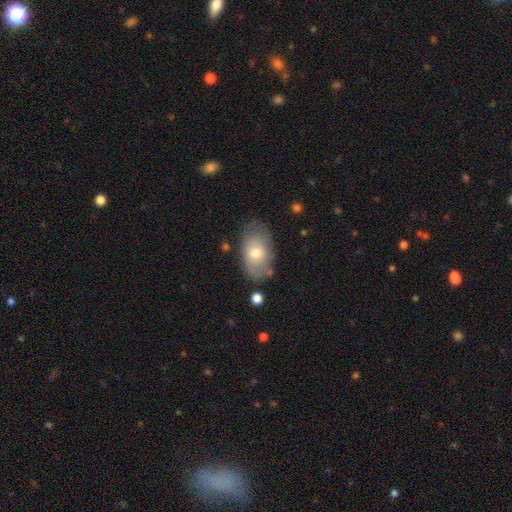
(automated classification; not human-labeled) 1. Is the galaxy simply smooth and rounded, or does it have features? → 63% smooth, 30% featured or disk, 7% star or artifact.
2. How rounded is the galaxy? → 89% in between, 10% round, 1% cigar-shaped.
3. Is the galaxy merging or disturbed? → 67% none, 23% minor disturbance, 7% major disturbance, 3% merger.